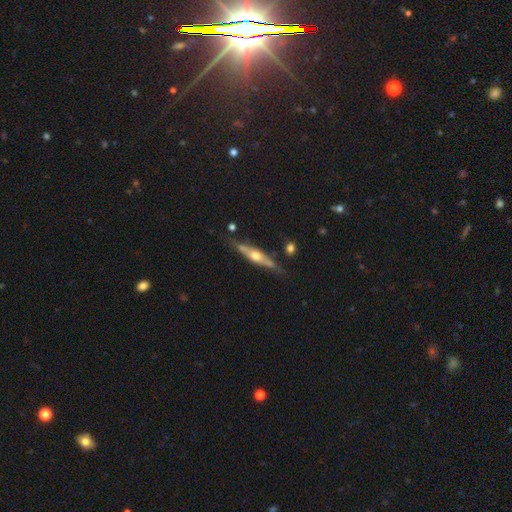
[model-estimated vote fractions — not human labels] featured or disk 70%, smooth 24%, star or artifact 6%. Down the decision tree: edge-on disk — yes (91%); edge-on bulge — rounded (90%); merging — none (76%).